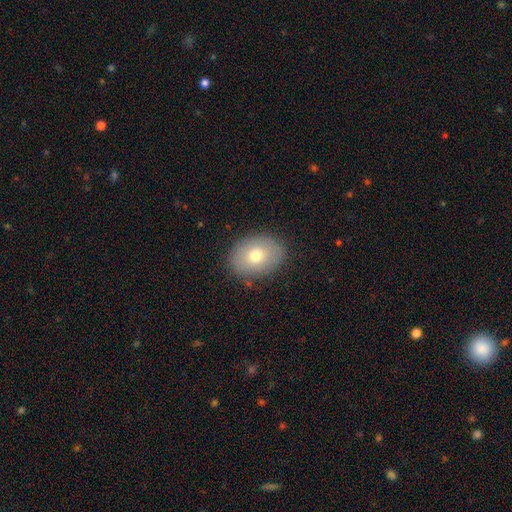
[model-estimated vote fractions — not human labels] Smooth or featured? smooth (71%)
How rounded? in between (63%)
Merging? none (85%)